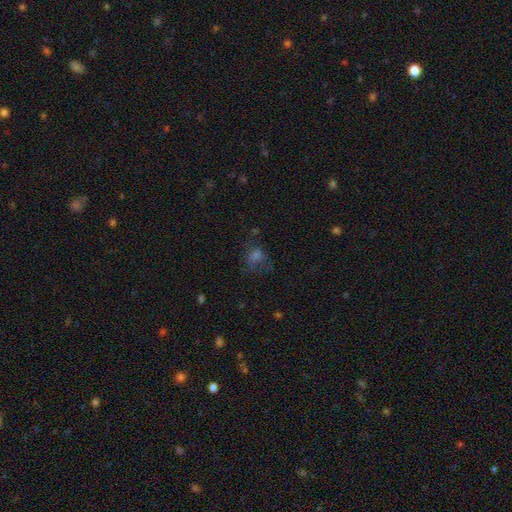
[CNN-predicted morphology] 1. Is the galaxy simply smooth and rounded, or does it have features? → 52% smooth, 29% star or artifact, 20% featured or disk.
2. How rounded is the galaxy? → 54% round, 44% in between, 2% cigar-shaped.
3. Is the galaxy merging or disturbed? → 51% none, 25% major disturbance, 21% minor disturbance, 3% merger.